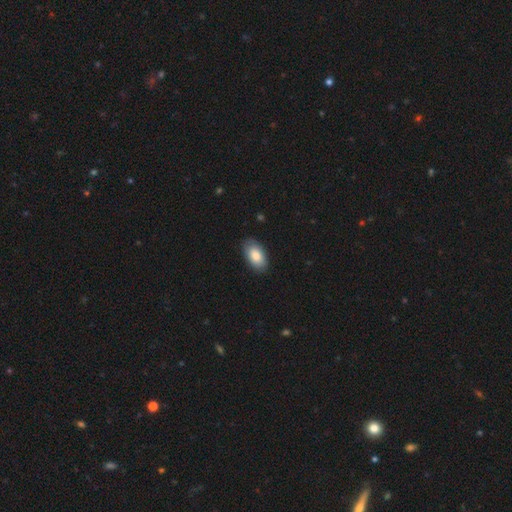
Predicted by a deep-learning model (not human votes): smooth 84%, featured or disk 10%, star or artifact 6%. Down the decision tree: how rounded — in between (95%); merging — none (85%).